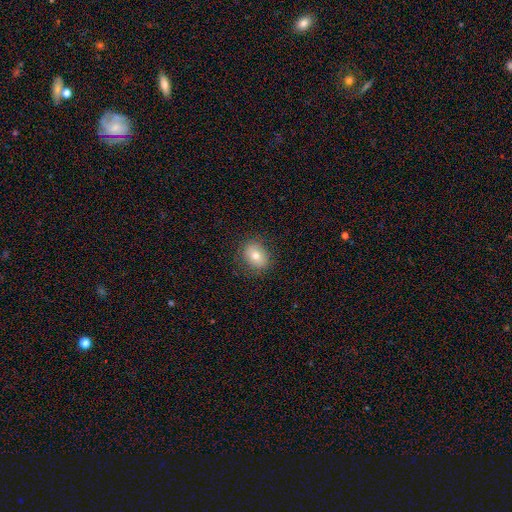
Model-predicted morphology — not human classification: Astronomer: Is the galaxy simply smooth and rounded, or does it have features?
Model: smooth — 72%.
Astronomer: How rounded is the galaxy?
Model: in between — 57% (runner-up: round, 42%).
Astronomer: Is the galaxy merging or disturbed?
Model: none — 85%.